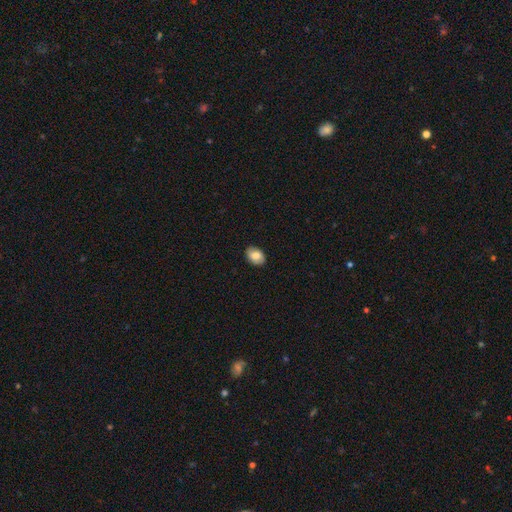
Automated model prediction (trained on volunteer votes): Smooth or featured? Predicted: smooth (p=0.80). How rounded? Predicted: in between (p=0.80). Merging? Predicted: none (p=0.88).